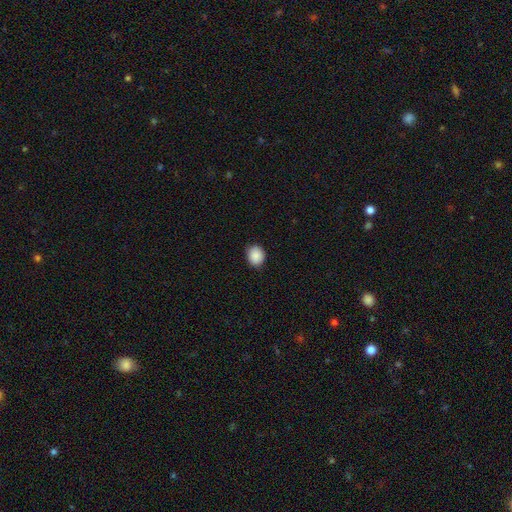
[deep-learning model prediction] Smooth or featured? smooth (89%)
How rounded? round (62%)
Merging? none (86%)